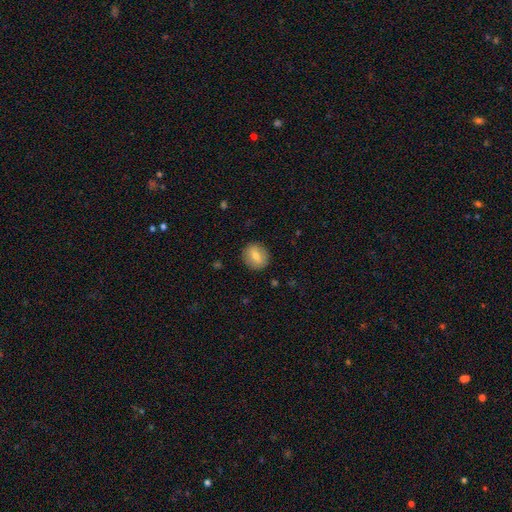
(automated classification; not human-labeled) smooth-or-featured: smooth: 69% | featured or disk: 23% | star or artifact: 8%
  how-rounded: round: 73% | in between: 25% | cigar-shaped: 1%
  merging: none: 88% | minor disturbance: 8% | major disturbance: 2% | merger: 1%